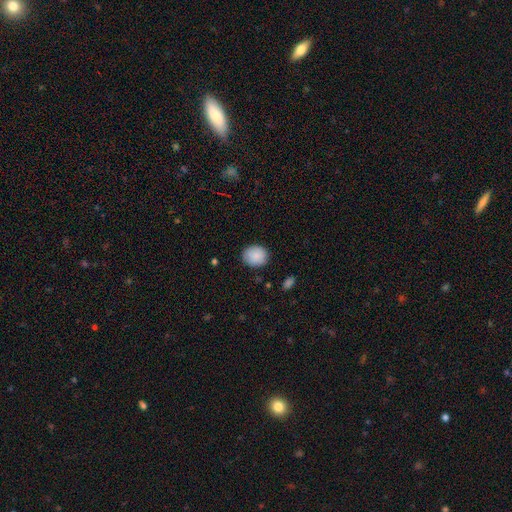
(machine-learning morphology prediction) smooth-or-featured: smooth: 88% | star or artifact: 7% | featured or disk: 5%
  how-rounded: round: 70% | in between: 29% | cigar-shaped: 1%
  merging: none: 86% | minor disturbance: 11% | major disturbance: 2% | merger: 1%